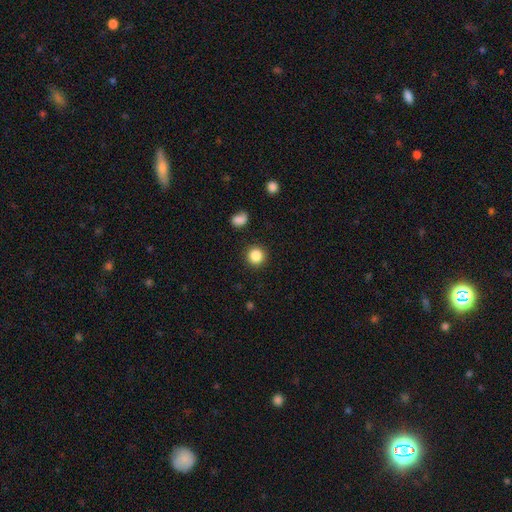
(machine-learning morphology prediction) smooth-or-featured: smooth: 86% | star or artifact: 11% | featured or disk: 4%
  how-rounded: round: 94% | in between: 5% | cigar-shaped: 1%
  merging: none: 91% | minor disturbance: 5% | major disturbance: 2% | merger: 2%